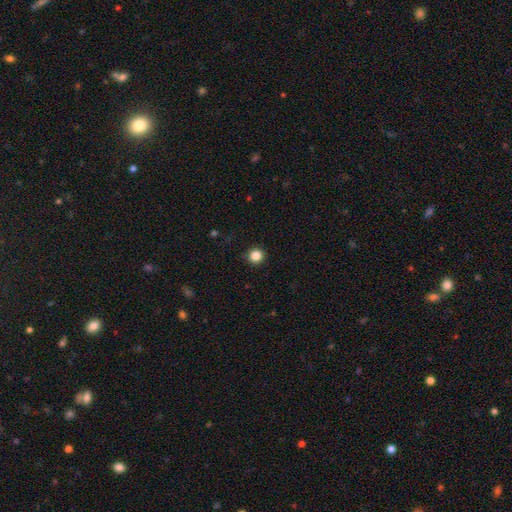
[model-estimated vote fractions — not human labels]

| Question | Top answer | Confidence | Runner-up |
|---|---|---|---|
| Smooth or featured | smooth | 85% | star or artifact (11%) |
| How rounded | round | 94% | in between (5%) |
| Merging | none | 92% | minor disturbance (5%) |